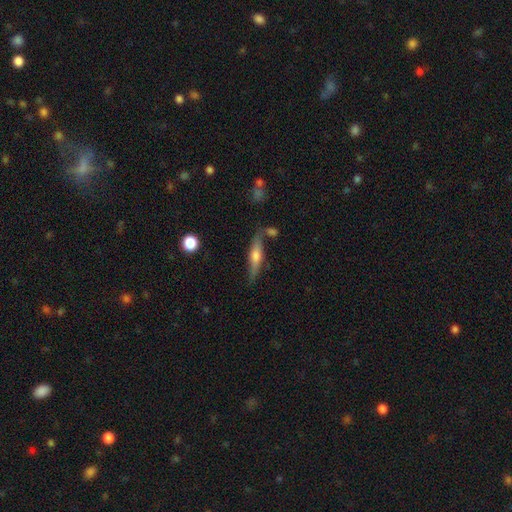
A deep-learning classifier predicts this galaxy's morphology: This appears to be a featured or disk galaxy (55%) viewed edge-on (93%) with a rounded central bulge (86%). Merging: none (75%).